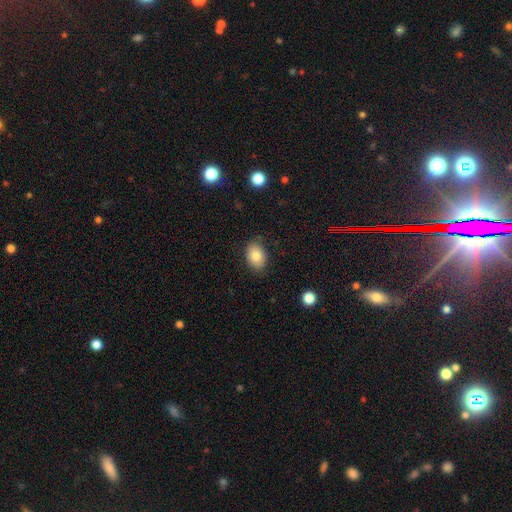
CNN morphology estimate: smooth_or_featured: smooth (p=0.82) [alt: featured or disk p=0.10]
how_rounded: in between (p=0.78) [alt: round p=0.21]
merging: none (p=0.83) [alt: minor disturbance p=0.13]